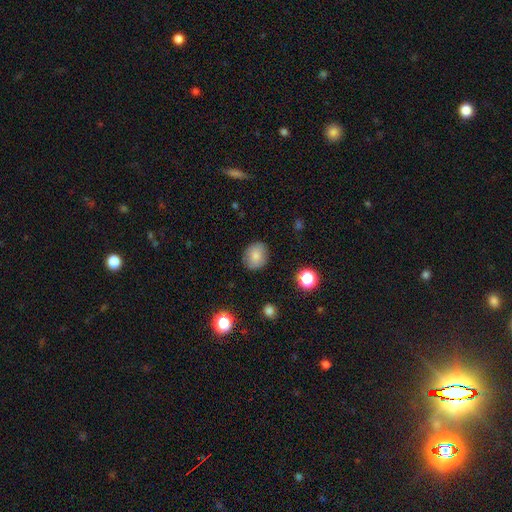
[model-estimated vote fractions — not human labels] This is likely a smooth galaxy (79%). How rounded: likely round (64%). Merging: clearly none (85%).